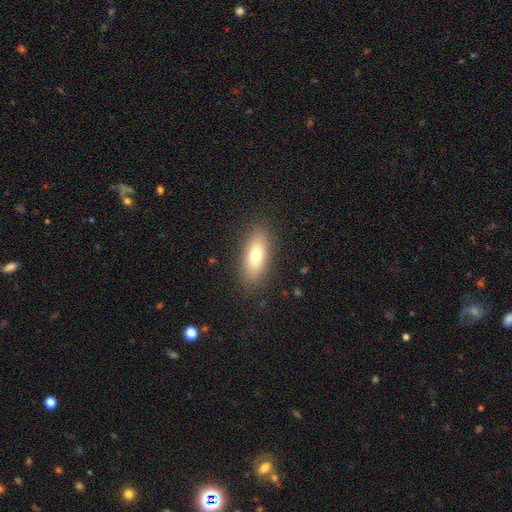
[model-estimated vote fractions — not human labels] Smooth or featured?
  - smooth: 74% *
  - featured or disk: 18%
  - star or artifact: 8%
How rounded?
  - in between: 74% *
  - cigar-shaped: 23%
  - round: 3%
Merging?
  - none: 87% *
  - minor disturbance: 9%
  - major disturbance: 3%
  - merger: 1%